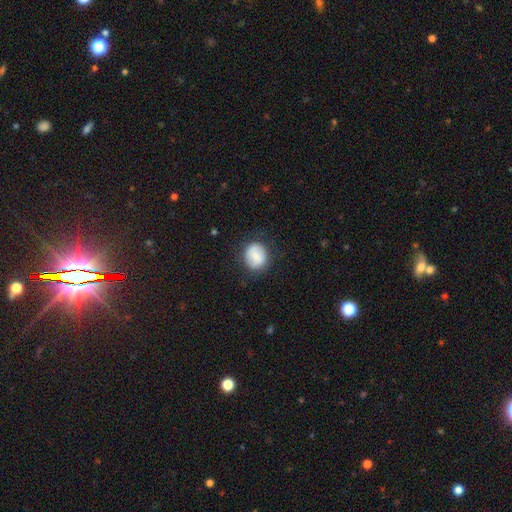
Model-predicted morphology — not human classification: Smooth or featured?
  - smooth: 76% *
  - featured or disk: 16%
  - star or artifact: 8%
How rounded?
  - round: 71% *
  - in between: 28%
  - cigar-shaped: 1%
Merging?
  - none: 78% *
  - minor disturbance: 16%
  - major disturbance: 5%
  - merger: 1%